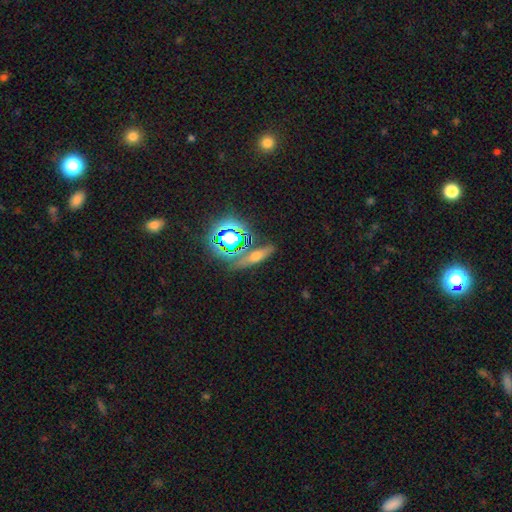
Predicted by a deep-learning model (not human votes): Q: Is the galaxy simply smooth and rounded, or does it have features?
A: smooth — 43%.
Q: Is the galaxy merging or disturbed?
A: none — 78%.